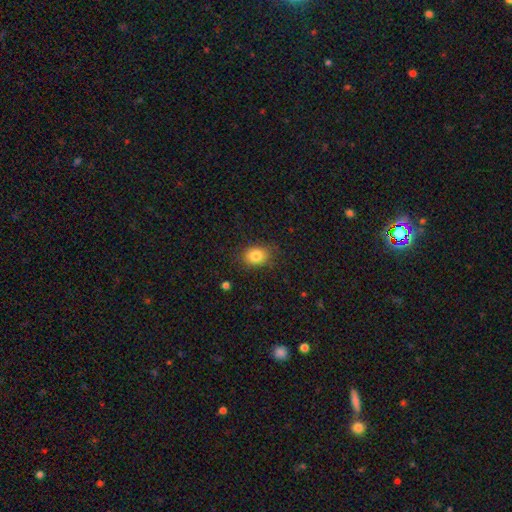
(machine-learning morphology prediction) Smooth or featured? Predicted: smooth (p=0.84). How rounded? Predicted: in between (p=0.61). Merging? Predicted: none (p=0.83).